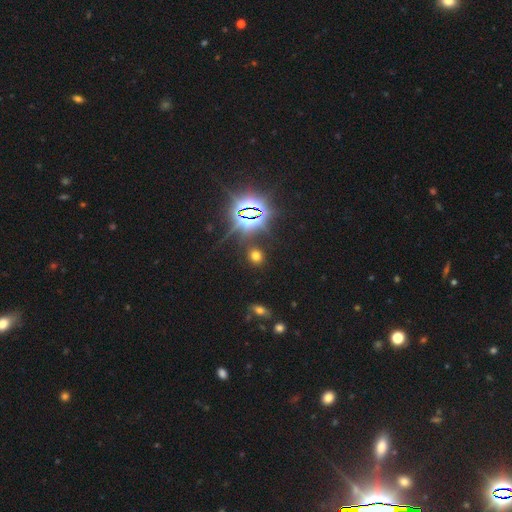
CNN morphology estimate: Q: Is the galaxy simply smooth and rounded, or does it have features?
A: smooth — 56%.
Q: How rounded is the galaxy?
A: round — 75%.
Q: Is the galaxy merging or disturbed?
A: none — 85%.